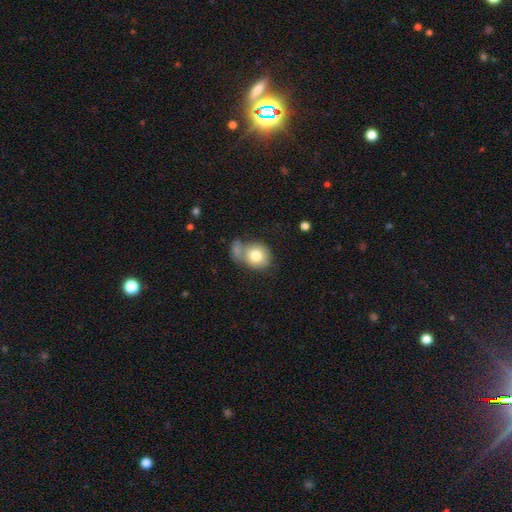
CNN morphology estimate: type=smooth (79%); roundness=round (65%); merging=none (38%).